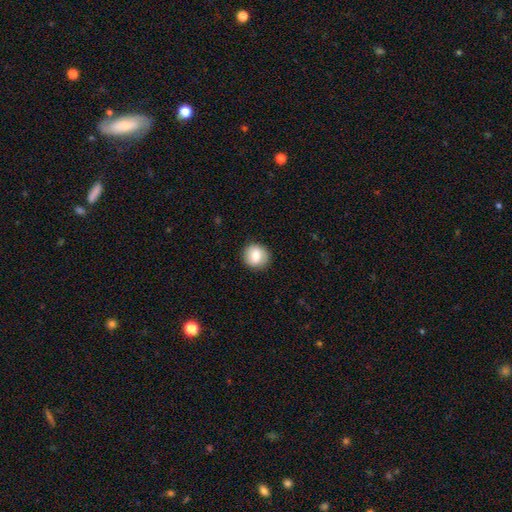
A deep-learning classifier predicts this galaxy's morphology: A smooth galaxy with no disk features (80%) that is round (87%). Merging: none (88%).